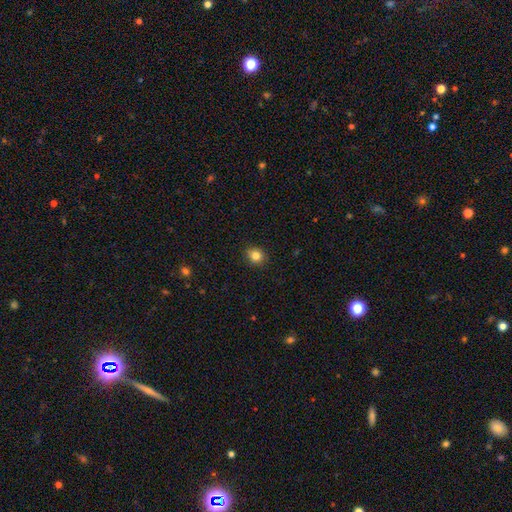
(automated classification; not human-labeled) Q: Smooth or featured?
A: smooth (83%); runner-up: star or artifact (11%)
Q: How rounded?
A: round (79%); runner-up: in between (20%)
Q: Merging?
A: none (88%); runner-up: minor disturbance (9%)